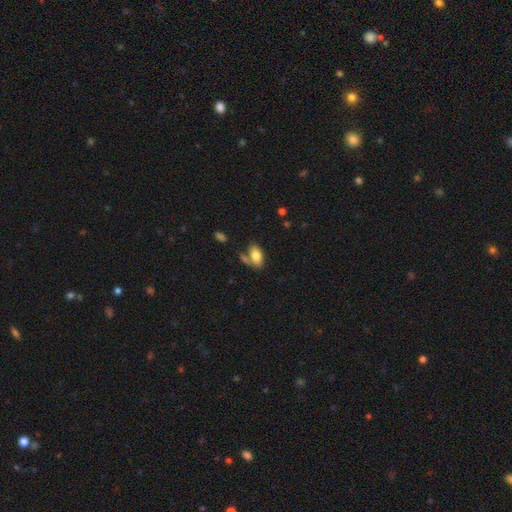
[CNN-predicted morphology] type=smooth (78%); roundness=in between (92%); merging=none (53%).